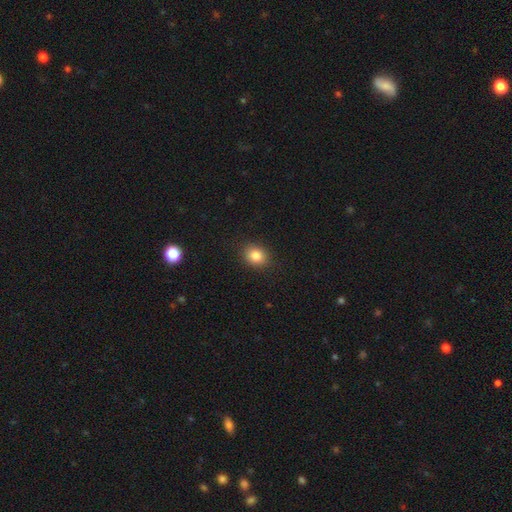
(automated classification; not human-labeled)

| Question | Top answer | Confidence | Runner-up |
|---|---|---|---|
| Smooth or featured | smooth | 83% | star or artifact (11%) |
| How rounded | round | 57% | in between (42%) |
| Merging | none | 89% | minor disturbance (8%) |